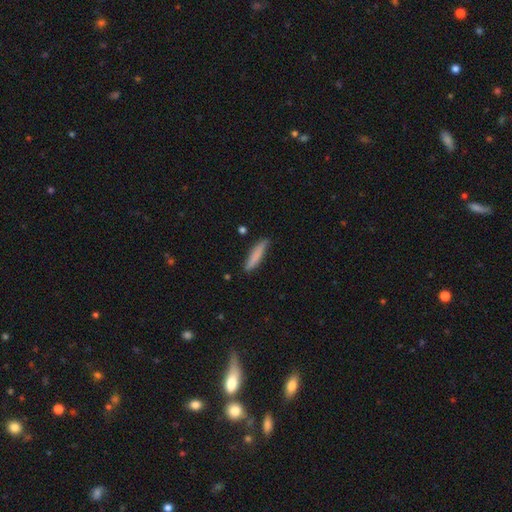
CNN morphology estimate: Overall: smooth (80%). How rounded: cigar-shaped (88%). Merging: none (83%).